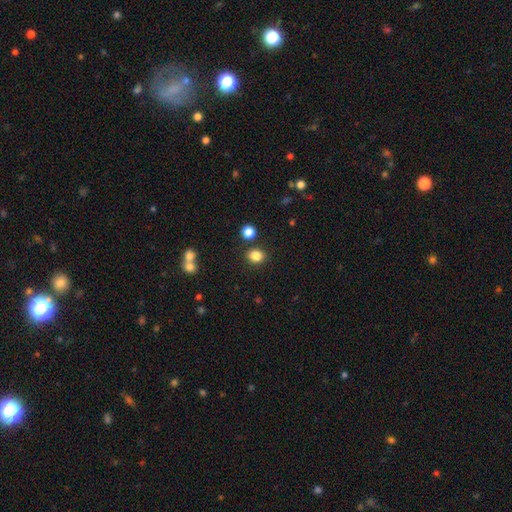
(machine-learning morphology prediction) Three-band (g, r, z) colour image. It shows a smooth galaxy with no disk features (84%) that is round (68%). Merging: none (83%).